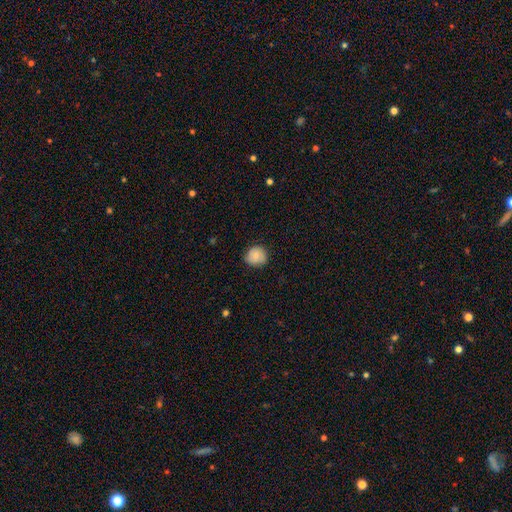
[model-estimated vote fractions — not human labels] Q: Smooth or featured?
A: smooth (76%); runner-up: featured or disk (16%)
Q: How rounded?
A: round (85%); runner-up: in between (14%)
Q: Merging?
A: none (76%); runner-up: minor disturbance (20%)